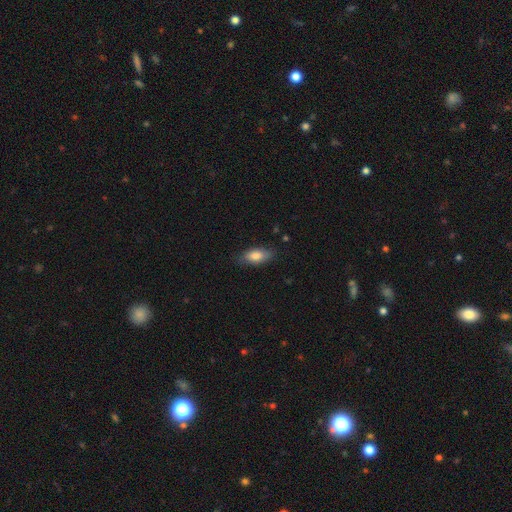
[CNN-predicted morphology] Smooth or featured: smooth — 81% (featured or disk — 12%)
How rounded: in between — 85% (cigar-shaped — 12%)
Merging: none — 79% (minor disturbance — 16%)